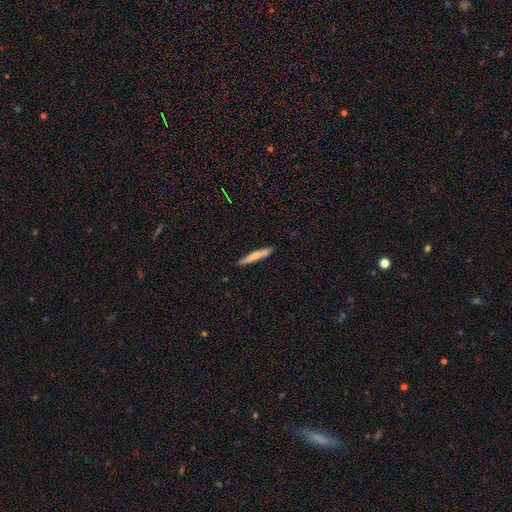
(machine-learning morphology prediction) Smooth or featured?
  - smooth: 64% *
  - featured or disk: 30%
  - star or artifact: 6%
How rounded?
  - cigar-shaped: 93% *
  - in between: 5%
  - round: 1%
Merging?
  - none: 85% *
  - minor disturbance: 11%
  - merger: 2%
  - major disturbance: 2%